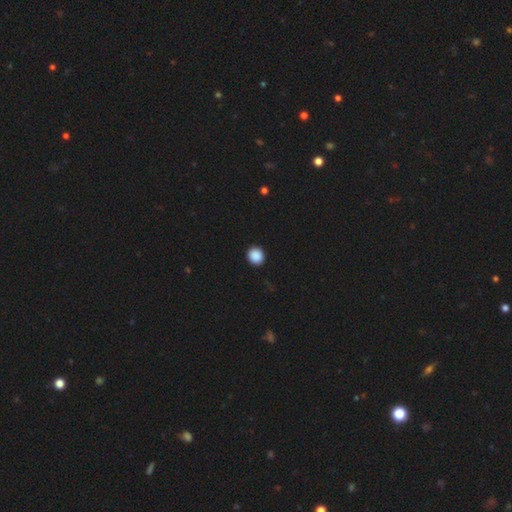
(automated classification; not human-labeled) Smooth or featured? Predicted: smooth (p=0.89). How rounded? Predicted: round (p=0.91). Merging? Predicted: none (p=0.93).